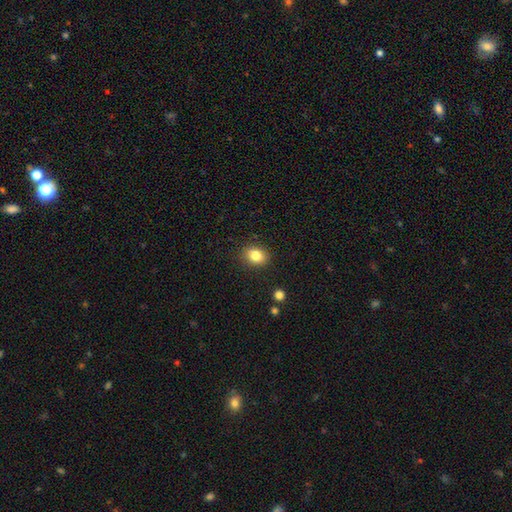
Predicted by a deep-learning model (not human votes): smooth-or-featured: smooth: 84% | star or artifact: 10% | featured or disk: 7%
  how-rounded: in between: 55% | round: 44% | cigar-shaped: 1%
  merging: none: 88% | minor disturbance: 8% | major disturbance: 2% | merger: 1%